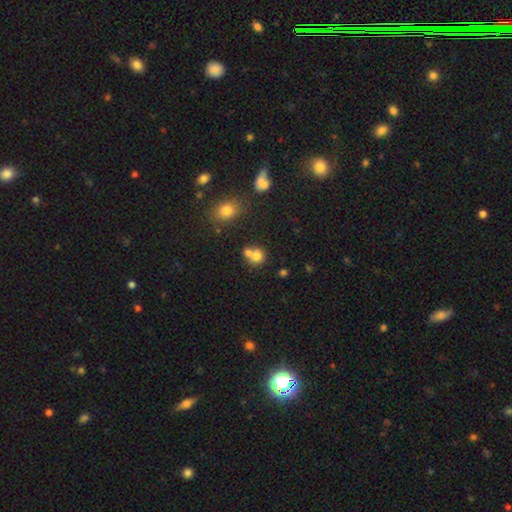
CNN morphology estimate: smooth 74%, featured or disk 14%, star or artifact 12%. Down the decision tree: how rounded — round (76%); merging — merger (50%).